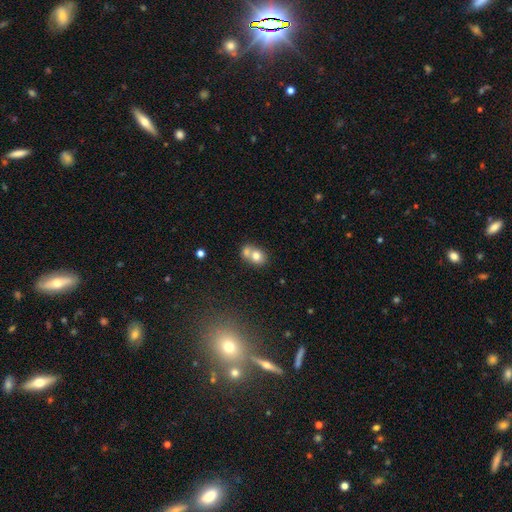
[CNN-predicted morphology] Overall: smooth (72%). How rounded: round (57%; in between 42%). Merging: merger (59%; none 30%).